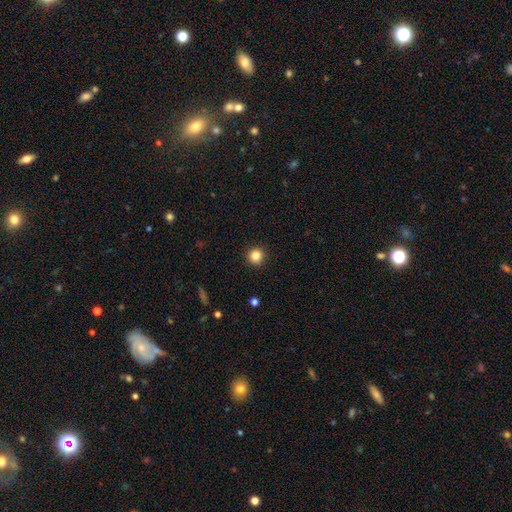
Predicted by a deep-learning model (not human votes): Q: Smooth or featured?
A: smooth (83%); runner-up: star or artifact (11%)
Q: How rounded?
A: round (95%); runner-up: in between (4%)
Q: Merging?
A: none (93%); runner-up: minor disturbance (5%)